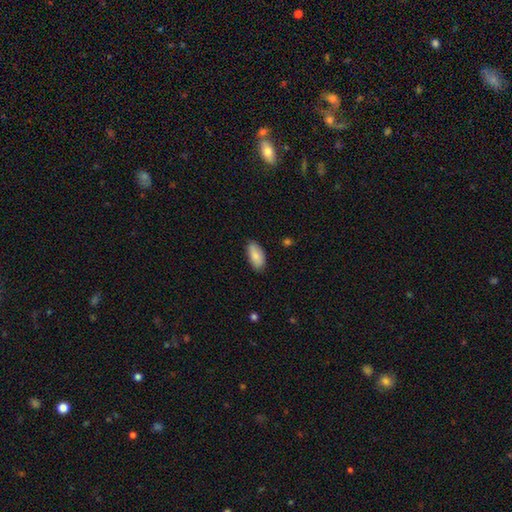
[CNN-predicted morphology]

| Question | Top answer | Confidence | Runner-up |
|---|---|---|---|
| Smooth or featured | smooth | 86% | featured or disk (8%) |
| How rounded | in between | 91% | cigar-shaped (6%) |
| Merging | none | 83% | minor disturbance (13%) |